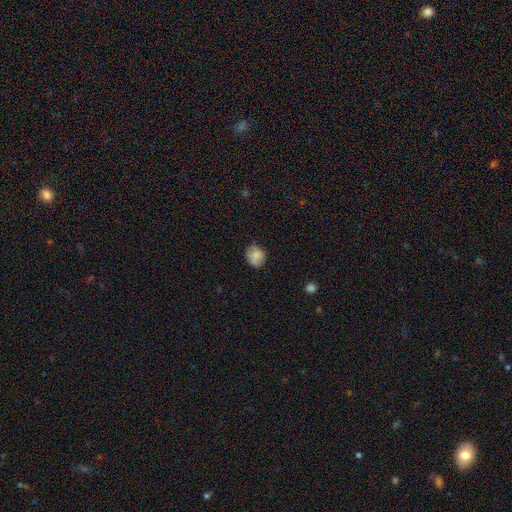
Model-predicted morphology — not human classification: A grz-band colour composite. It shows a smooth galaxy with no disk features (80%) that is round (63%). Merging: none (69%).